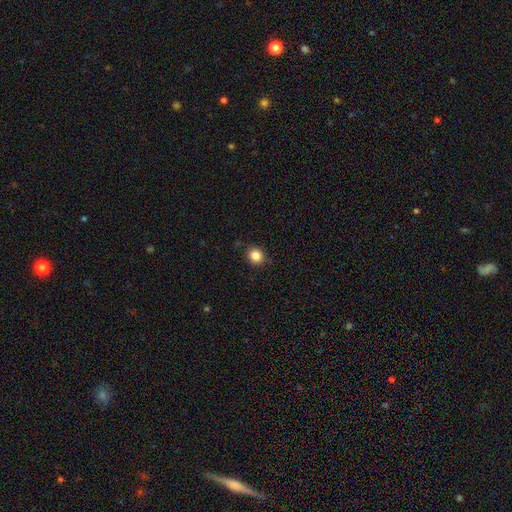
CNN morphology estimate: A smooth galaxy with no disk features (85%) that is round (81%).

Vote fractions:
- Smooth or featured? smooth: 85% / star or artifact: 11% / featured or disk: 4%
- How rounded? round: 81% / in between: 18% / cigar-shaped: 1%
- Merging? none: 87% / minor disturbance: 9% / major disturbance: 2% / merger: 1%